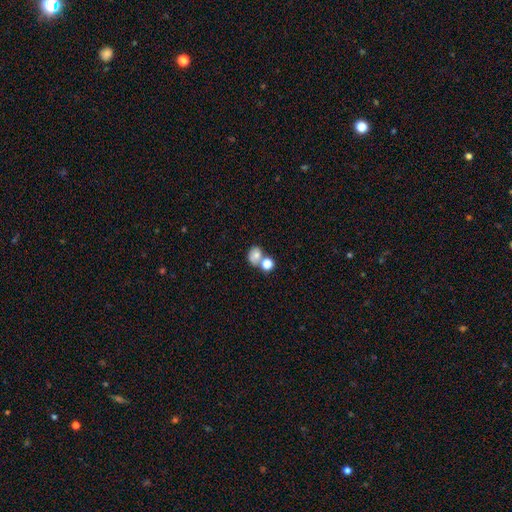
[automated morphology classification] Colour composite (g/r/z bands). It shows a smooth galaxy with no disk features (74%) that is round (58%). Merging: merger (47%).